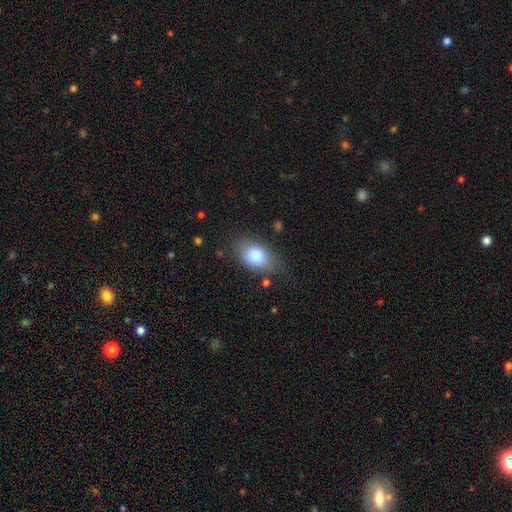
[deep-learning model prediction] Smooth or featured: smooth — 81% (featured or disk — 12%)
How rounded: in between — 87% (round — 11%)
Merging: none — 73% (minor disturbance — 19%)